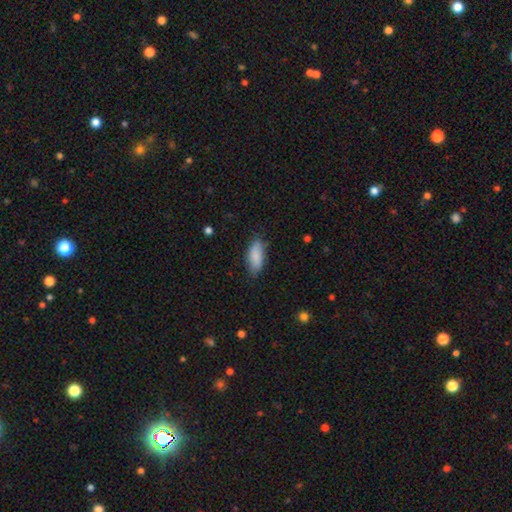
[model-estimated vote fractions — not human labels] Smooth or featured: smooth — 87% (featured or disk — 7%)
How rounded: in between — 81% (cigar-shaped — 17%)
Merging: none — 78% (minor disturbance — 17%)